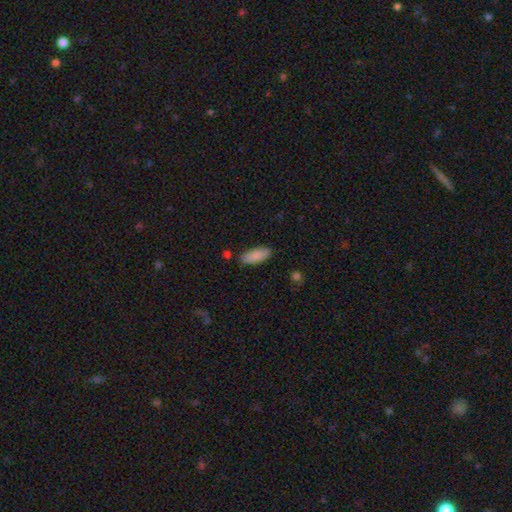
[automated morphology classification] smooth_or_featured: smooth (p=0.89) [alt: star or artifact p=0.06]
how_rounded: in between (p=0.77) [alt: cigar-shaped p=0.21]
merging: none (p=0.84) [alt: minor disturbance p=0.11]